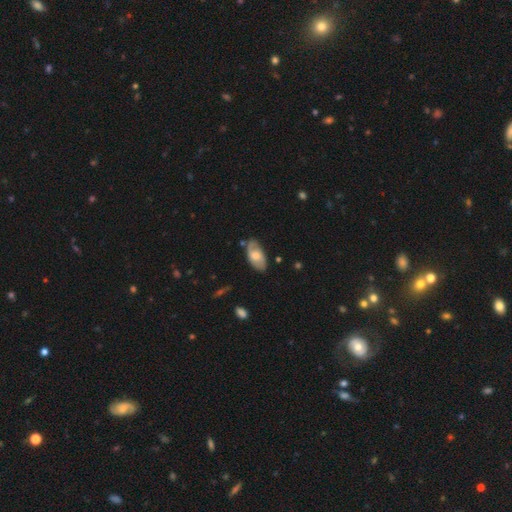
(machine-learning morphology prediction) smooth 47%, featured or disk 46%, star or artifact 6%. Down the decision tree: merging — none (71%).